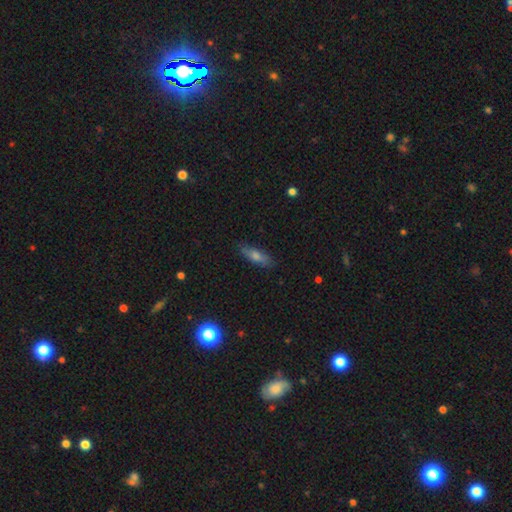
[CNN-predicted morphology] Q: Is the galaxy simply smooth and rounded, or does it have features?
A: smooth — 60%.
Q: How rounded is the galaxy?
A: cigar-shaped — 55%.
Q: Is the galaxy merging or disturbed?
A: none — 85%.